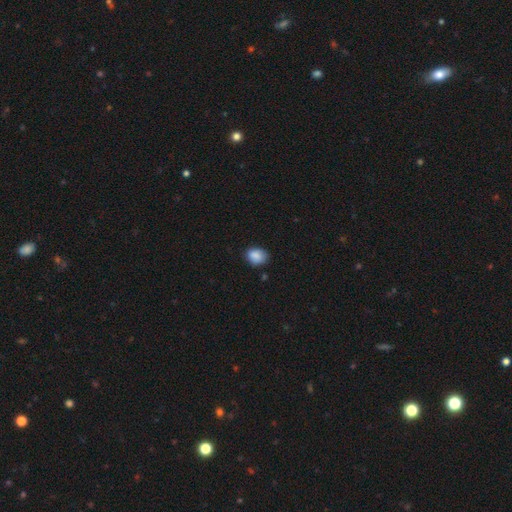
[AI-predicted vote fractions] Smooth or featured? smooth (86%)
How rounded? in between (58%)
Merging? none (72%)